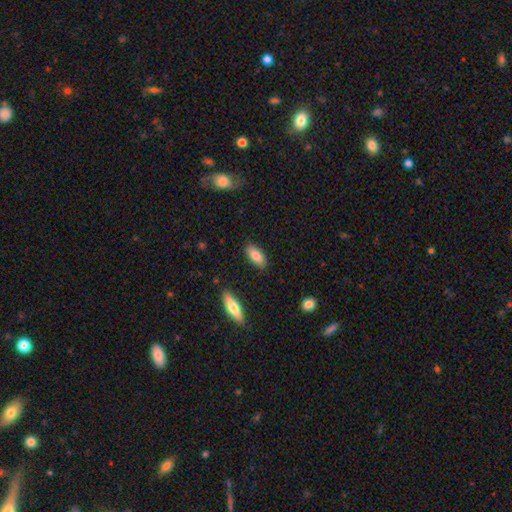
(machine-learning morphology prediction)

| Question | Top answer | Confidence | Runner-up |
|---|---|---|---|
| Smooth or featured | smooth | 85% | featured or disk (9%) |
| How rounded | in between | 87% | cigar-shaped (11%) |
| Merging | none | 86% | minor disturbance (10%) |